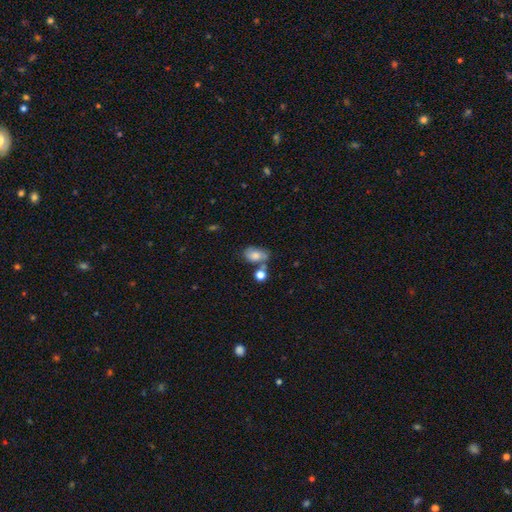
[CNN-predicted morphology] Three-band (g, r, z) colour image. It shows a smooth galaxy with no disk features (71%) that is in between round and cigar-shaped (82%). Merging: none (39%).